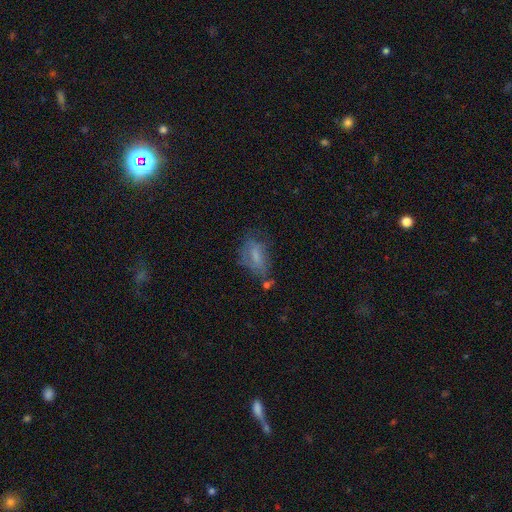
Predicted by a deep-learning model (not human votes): A smooth galaxy with no disk features (51%) that is in between round and cigar-shaped (82%).

Vote fractions:
- Smooth or featured? smooth: 51% / featured or disk: 37% / star or artifact: 12%
- How rounded? in between: 82% / cigar-shaped: 10% / round: 8%
- Merging? none: 45% / minor disturbance: 28% / major disturbance: 19% / merger: 8%